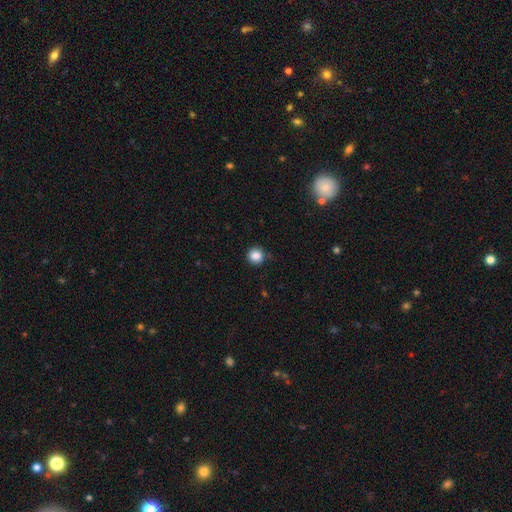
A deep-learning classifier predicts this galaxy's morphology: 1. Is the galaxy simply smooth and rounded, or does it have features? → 85% smooth, 11% star or artifact, 5% featured or disk.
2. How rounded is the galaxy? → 92% round, 8% in between, 1% cigar-shaped.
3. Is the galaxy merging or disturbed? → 81% none, 14% minor disturbance, 3% major disturbance, 2% merger.